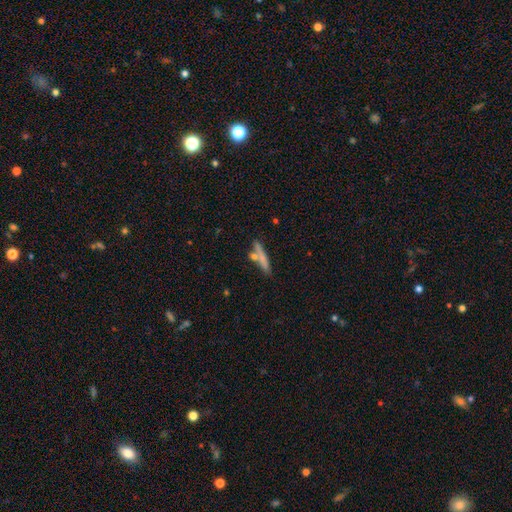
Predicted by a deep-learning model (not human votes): Overall: smooth (62%; featured or disk 30%). How rounded: cigar-shaped (89%). Merging: none (72%).